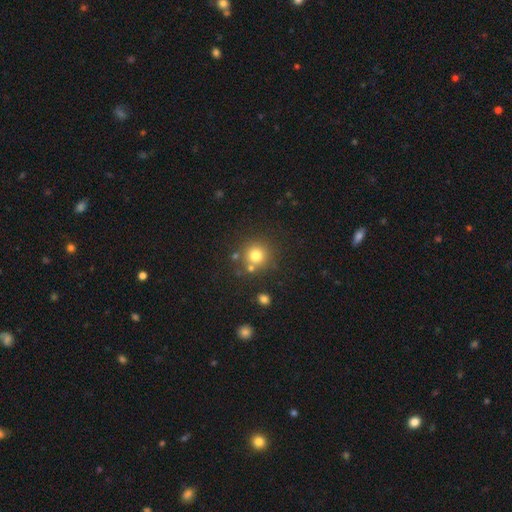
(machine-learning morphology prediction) Smooth or featured?
  - smooth: 77% *
  - star or artifact: 15%
  - featured or disk: 8%
How rounded?
  - round: 93% *
  - in between: 6%
  - cigar-shaped: 1%
Merging?
  - none: 76% *
  - merger: 11%
  - minor disturbance: 9%
  - major disturbance: 4%